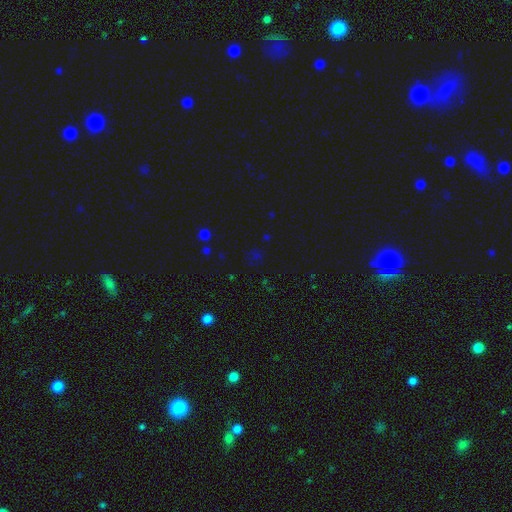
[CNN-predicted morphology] Smooth or featured: star or artifact — 59% (smooth — 33%)